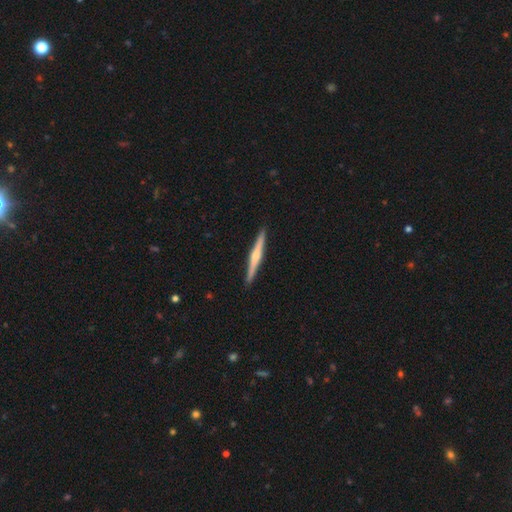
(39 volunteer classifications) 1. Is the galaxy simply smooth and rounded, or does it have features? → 69% featured or disk, 31% smooth, 0% star or artifact.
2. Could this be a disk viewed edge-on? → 100% yes, 0% no.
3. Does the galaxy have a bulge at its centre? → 85% rounded, 7% boxy, 7% none.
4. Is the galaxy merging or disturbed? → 87% none, 5% minor disturbance, 5% merger, 3% major disturbance.